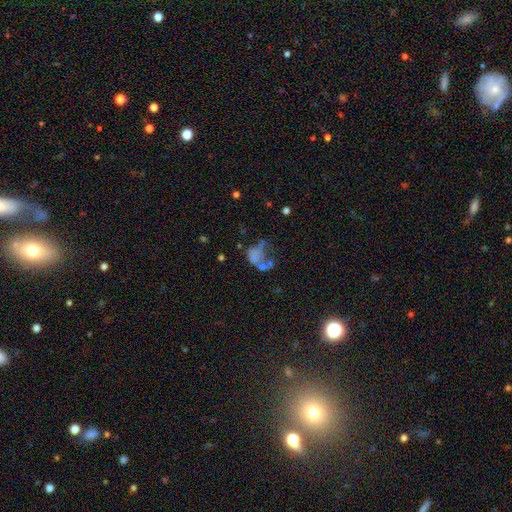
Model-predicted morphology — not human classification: This appears to be a featured or disk galaxy (42%). Merging: major disturbance (36%).